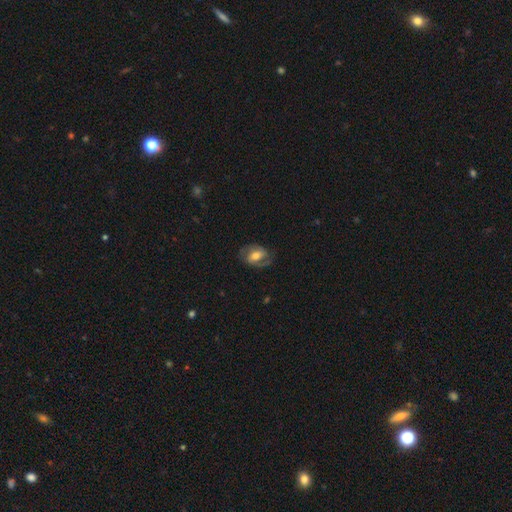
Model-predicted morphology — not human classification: featured or disk 69%, smooth 25%, star or artifact 6%. Down the decision tree: edge-on disk — no (96%); bar — weak (41%); spiral arms — yes (86%); spiral arm count — 2 (86%); spiral winding — medium (50%); bulge size — moderate (64%); merging — none (73%).